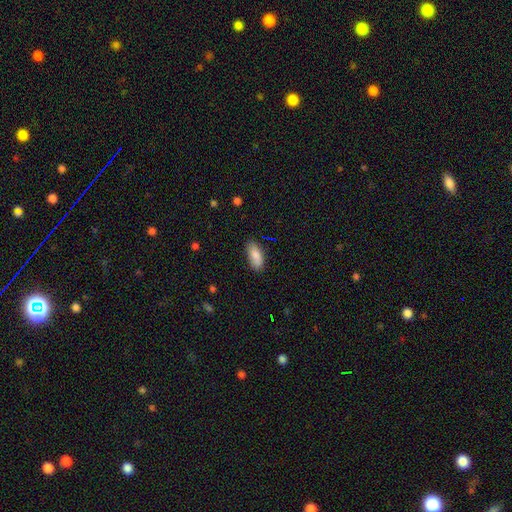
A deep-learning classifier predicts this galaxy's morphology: A smooth galaxy with no disk features (85%) that is in between round and cigar-shaped (82%).

Vote fractions:
- Smooth or featured? smooth: 85% / featured or disk: 9% / star or artifact: 6%
- How rounded? in between: 82% / cigar-shaped: 16% / round: 2%
- Merging? none: 83% / minor disturbance: 14% / major disturbance: 3% / merger: 1%